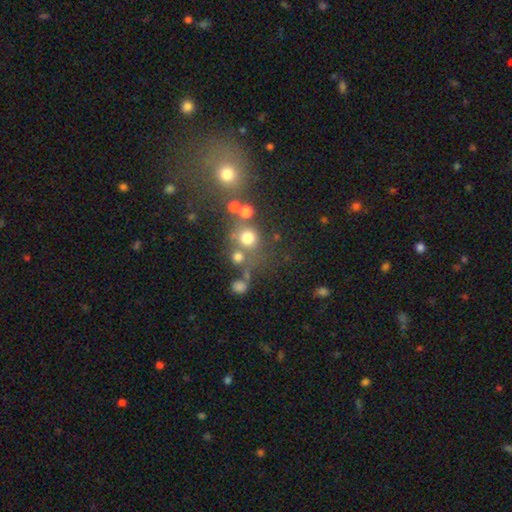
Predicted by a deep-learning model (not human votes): Morphology: type=star or artifact (47%).